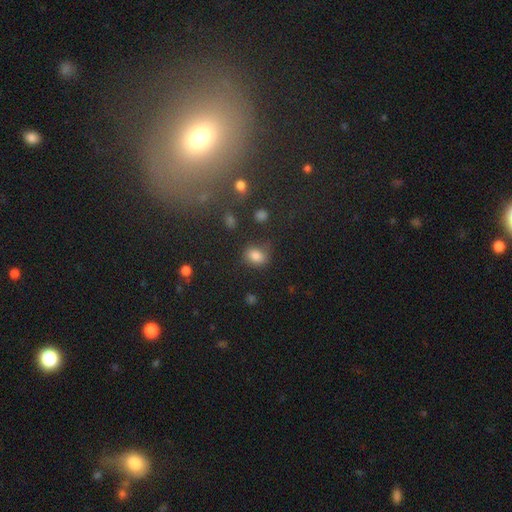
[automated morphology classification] A smooth galaxy with no disk features (81%) that is in between round and cigar-shaped (61%). Merging: none (69%).